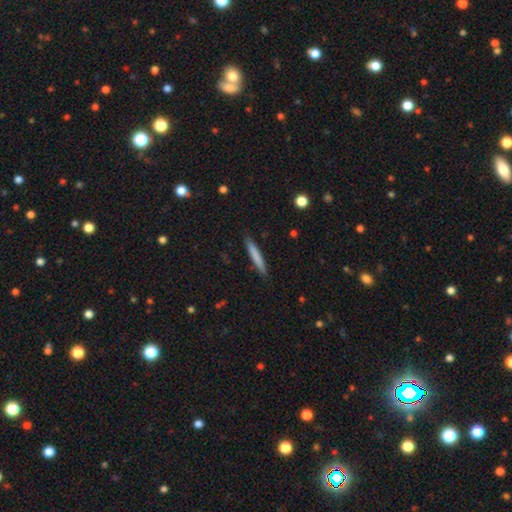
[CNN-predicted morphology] A smooth galaxy with no disk features (75%) that is cigar-shaped (95%). Merging: none (89%).